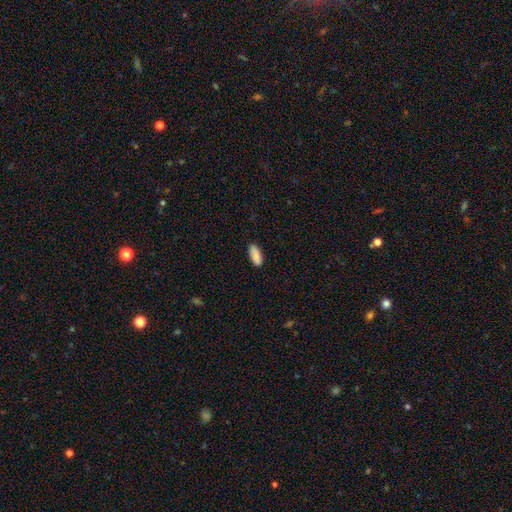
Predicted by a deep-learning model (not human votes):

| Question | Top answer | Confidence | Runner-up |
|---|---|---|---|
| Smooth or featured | smooth | 88% | star or artifact (6%) |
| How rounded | in between | 81% | cigar-shaped (17%) |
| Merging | none | 86% | minor disturbance (10%) |